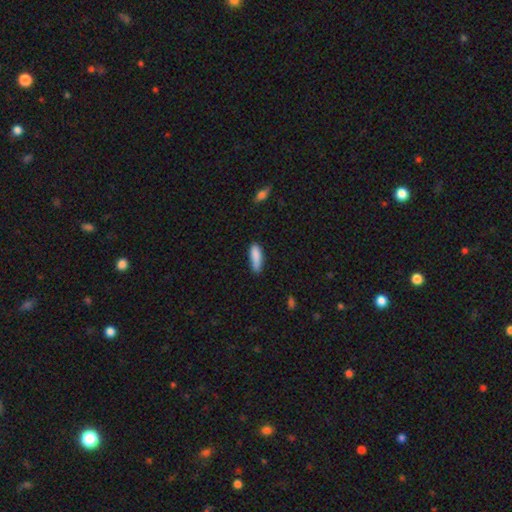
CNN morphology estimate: Q: Smooth or featured?
A: smooth (86%); runner-up: featured or disk (7%)
Q: How rounded?
A: cigar-shaped (52%); runner-up: in between (46%)
Q: Merging?
A: none (67%); runner-up: minor disturbance (26%)